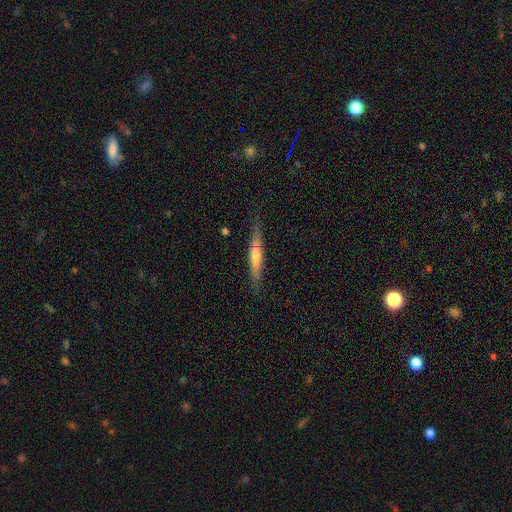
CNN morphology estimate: A featured or disk galaxy (49%).

Vote fractions:
- Smooth or featured? featured or disk: 49% / smooth: 45% / star or artifact: 6%
- Merging? none: 85% / minor disturbance: 12% / major disturbance: 2% / merger: 1%